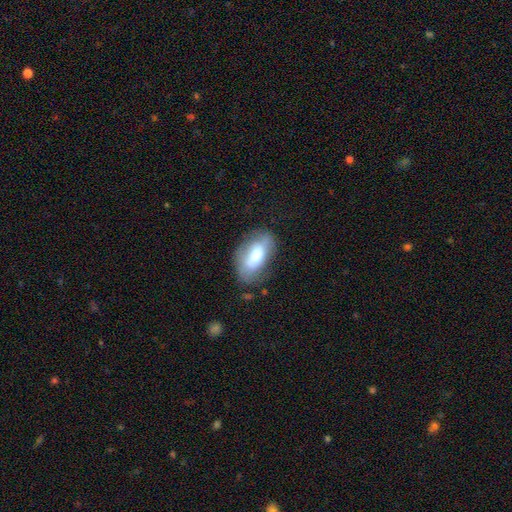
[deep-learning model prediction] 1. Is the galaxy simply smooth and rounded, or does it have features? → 63% smooth, 30% featured or disk, 7% star or artifact.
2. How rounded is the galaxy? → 91% in between, 5% cigar-shaped, 4% round.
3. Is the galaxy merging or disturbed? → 67% none, 23% minor disturbance, 8% major disturbance, 2% merger.